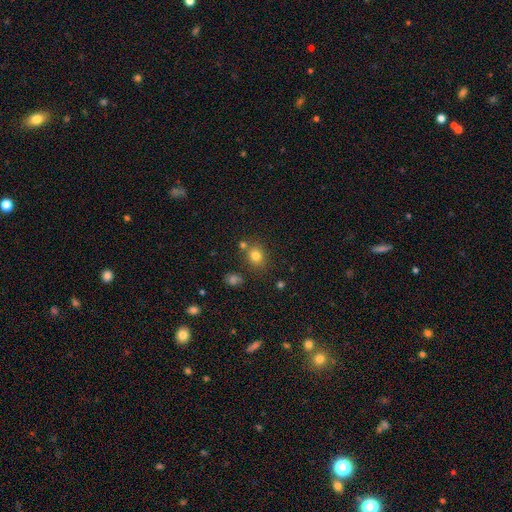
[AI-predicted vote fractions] Overall: smooth (79%). How rounded: round (70%). Merging: none (73%).